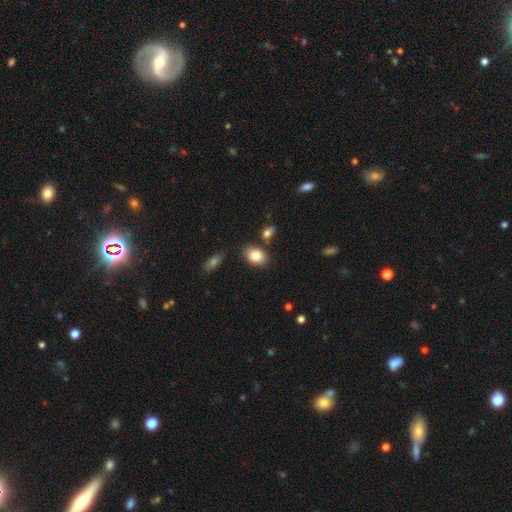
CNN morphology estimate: This appears to be a smooth galaxy with no disk features (83%) that is in between round and cigar-shaped (79%). Merging: none (78%).